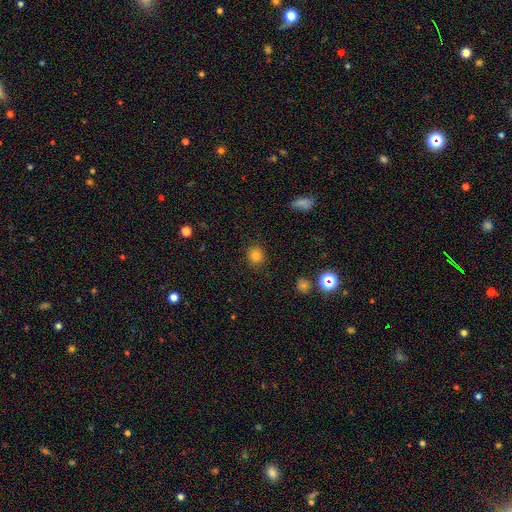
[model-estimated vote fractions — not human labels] Smooth or featured? Predicted: smooth (p=0.83). How rounded? Predicted: round (p=0.80). Merging? Predicted: none (p=0.87).